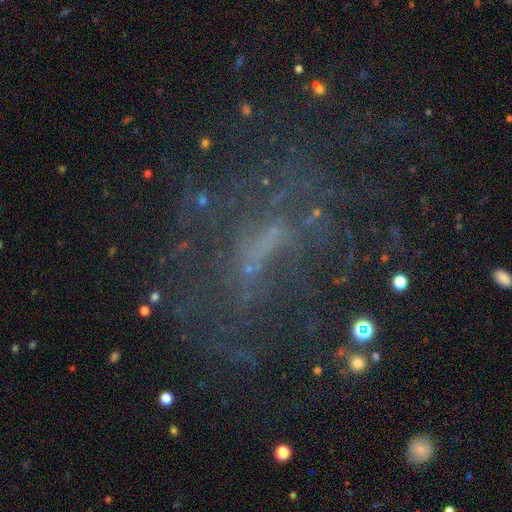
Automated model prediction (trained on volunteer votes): A featured or disk galaxy (58%) with no bar (43%), no spiral arms (64%) and no central bulge (47%). Merging: none (54%).